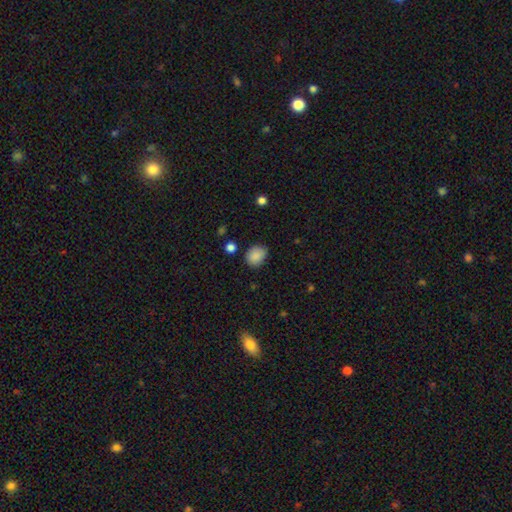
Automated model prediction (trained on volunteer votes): The model was most divided on "how rounded": round: 57%, in between: 42%, cigar-shaped: 1%. More confident: smooth or featured — smooth (87%); merging — none (77%).